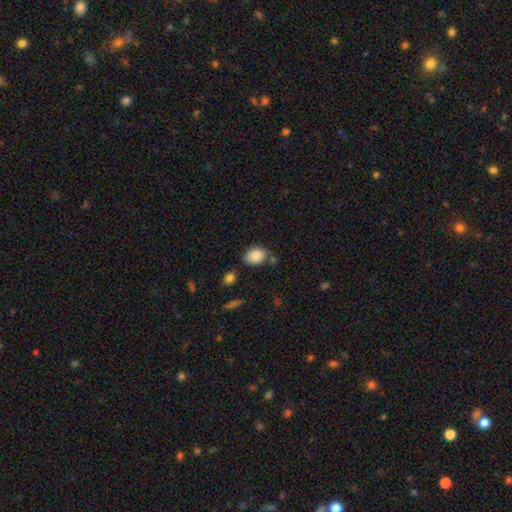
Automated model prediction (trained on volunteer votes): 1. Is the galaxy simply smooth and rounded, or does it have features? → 86% smooth, 8% star or artifact, 7% featured or disk.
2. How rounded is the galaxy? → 73% in between, 25% round, 1% cigar-shaped.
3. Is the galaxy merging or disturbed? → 56% none, 27% minor disturbance, 10% merger, 7% major disturbance.